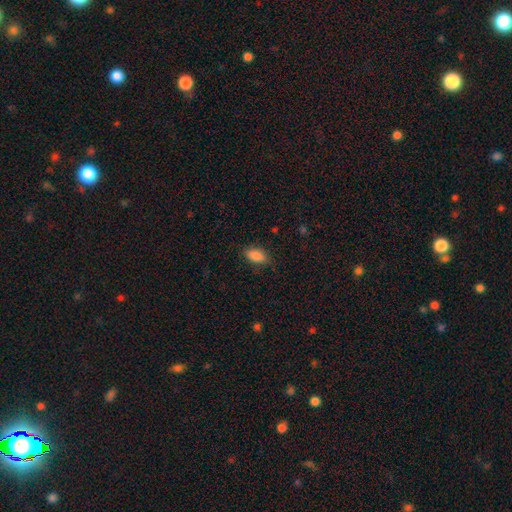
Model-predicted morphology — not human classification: Smooth or featured: smooth — 88% (star or artifact — 7%)
How rounded: in between — 91% (cigar-shaped — 5%)
Merging: none — 83% (minor disturbance — 13%)